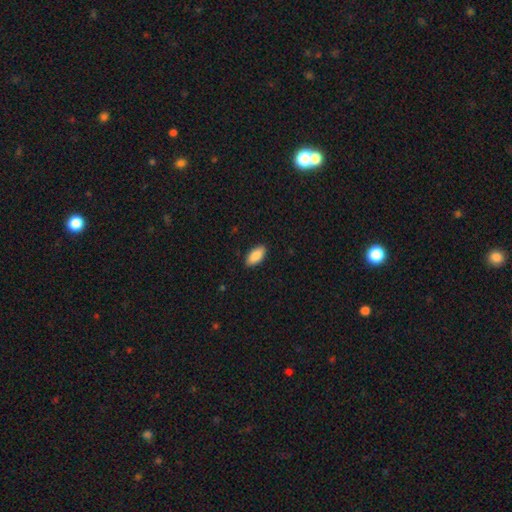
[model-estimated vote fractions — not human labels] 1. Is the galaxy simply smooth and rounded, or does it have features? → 88% smooth, 6% star or artifact, 6% featured or disk.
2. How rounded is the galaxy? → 92% in between, 6% cigar-shaped, 2% round.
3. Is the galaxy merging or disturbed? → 89% none, 8% minor disturbance, 2% major disturbance, 1% merger.